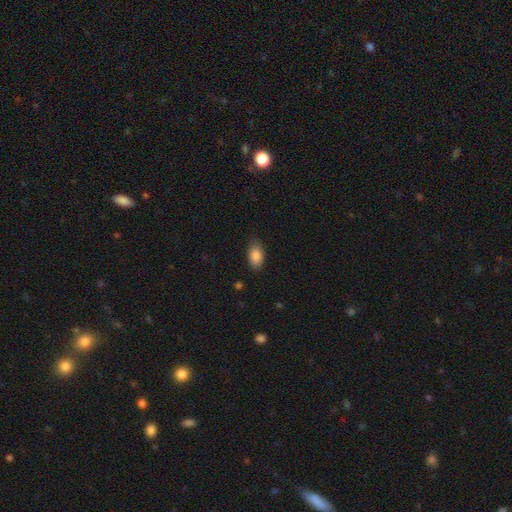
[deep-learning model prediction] A smooth galaxy with no disk features (87%) that is in between round and cigar-shaped (92%).

Vote fractions:
- Smooth or featured? smooth: 87% / star or artifact: 7% / featured or disk: 6%
- How rounded? in between: 92% / round: 6% / cigar-shaped: 3%
- Merging? none: 80% / minor disturbance: 16% / major disturbance: 3% / merger: 1%